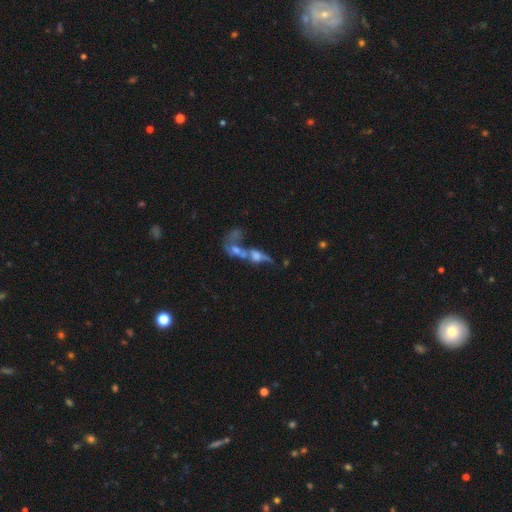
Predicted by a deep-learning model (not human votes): A featured or disk galaxy (56%). Merging: merger (67%).